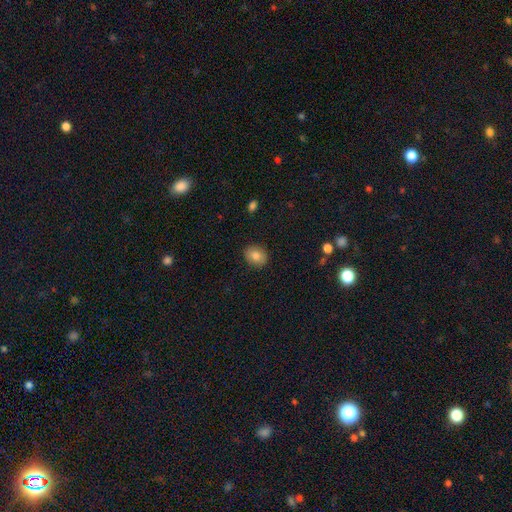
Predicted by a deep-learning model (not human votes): This is clearly a smooth galaxy (83%). How rounded: possibly round (50%). Merging: clearly none (89%).